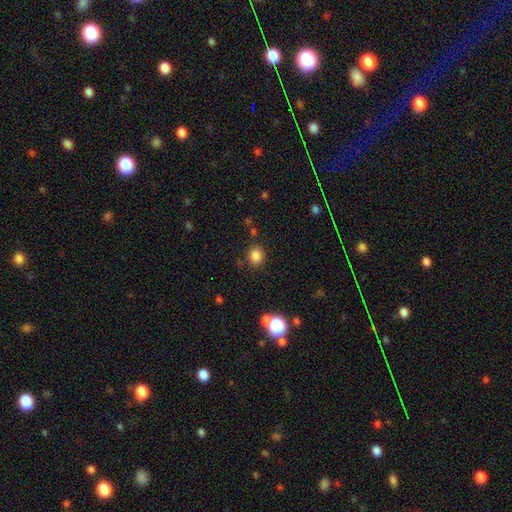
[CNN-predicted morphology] A smooth galaxy with no disk features (82%) that is round (81%). Merging: none (84%).